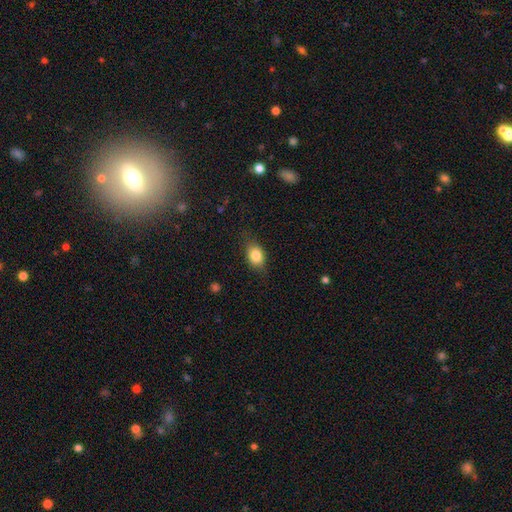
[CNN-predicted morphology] A smooth galaxy with no disk features (82%) that is in between round and cigar-shaped (71%). Merging: none (76%).